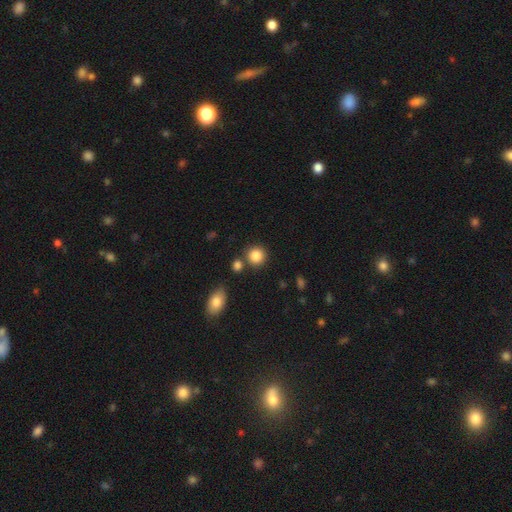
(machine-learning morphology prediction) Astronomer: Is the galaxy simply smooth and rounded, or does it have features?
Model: smooth — 86%.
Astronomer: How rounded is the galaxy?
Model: round — 88%.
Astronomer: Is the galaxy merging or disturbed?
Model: none — 78%.